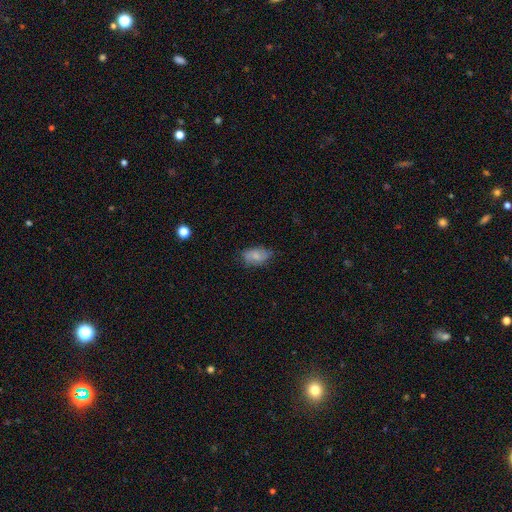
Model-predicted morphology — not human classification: A smooth galaxy with no disk features (61%) that is in between round and cigar-shaped (89%).

Vote fractions:
- Smooth or featured? smooth: 61% / featured or disk: 31% / star or artifact: 8%
- How rounded? in between: 89% / round: 9% / cigar-shaped: 2%
- Merging? none: 67% / minor disturbance: 25% / major disturbance: 7% / merger: 1%